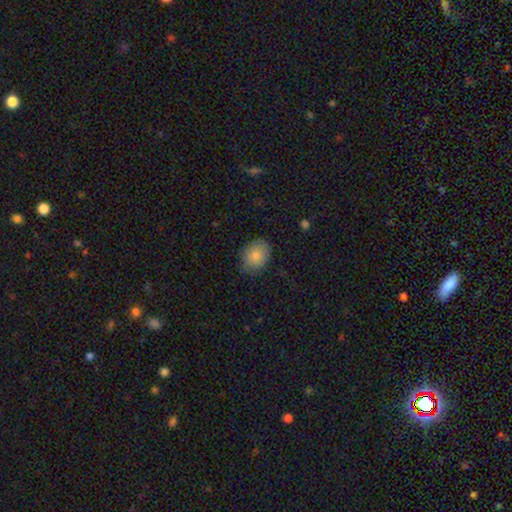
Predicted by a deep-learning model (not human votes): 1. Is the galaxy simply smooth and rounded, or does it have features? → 81% smooth, 10% featured or disk, 9% star or artifact.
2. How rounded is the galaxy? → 64% in between, 35% round, 1% cigar-shaped.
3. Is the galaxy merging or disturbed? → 79% none, 17% minor disturbance, 3% major disturbance, 1% merger.